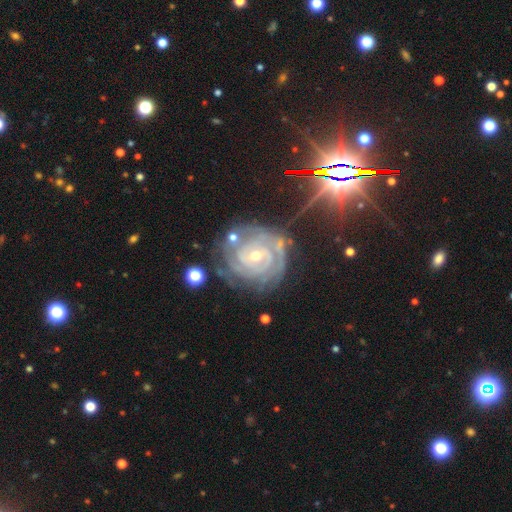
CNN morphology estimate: Smooth or featured? featured or disk (88%)
Edge-on disk? no (97%)
Bar? no (58%)
Spiral arms? yes (98%)
Spiral winding? tight (84%)
Spiral arm count? 3 (30%)
Bulge size? small (54%)
Merging? none (71%)